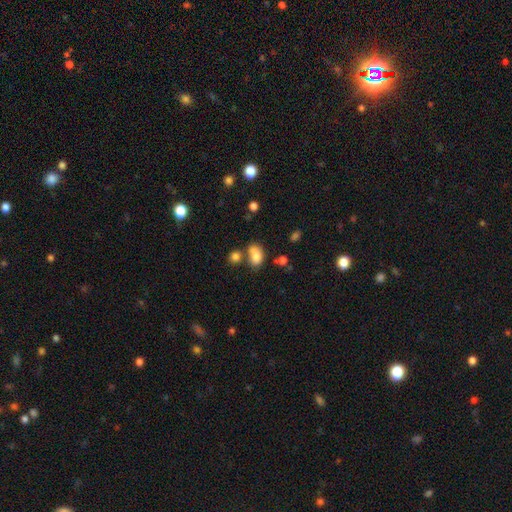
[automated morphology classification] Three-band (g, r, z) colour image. It shows a smooth galaxy with no disk features (78%) that is in between round and cigar-shaped (75%). Merging: none (43%).